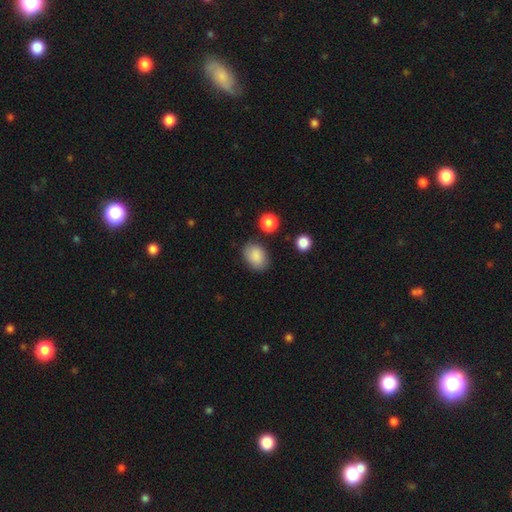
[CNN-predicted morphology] smooth 87%, star or artifact 8%, featured or disk 6%. Down the decision tree: how rounded — in between (77%); merging — none (78%).